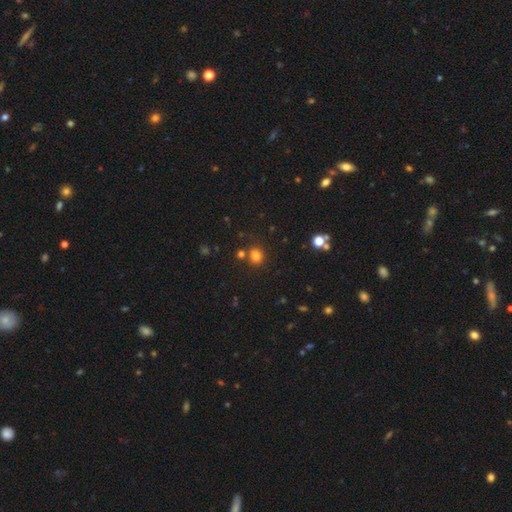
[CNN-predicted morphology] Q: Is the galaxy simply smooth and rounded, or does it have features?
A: smooth — 79%.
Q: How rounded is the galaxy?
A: round — 77%.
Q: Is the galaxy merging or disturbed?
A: none — 74%.